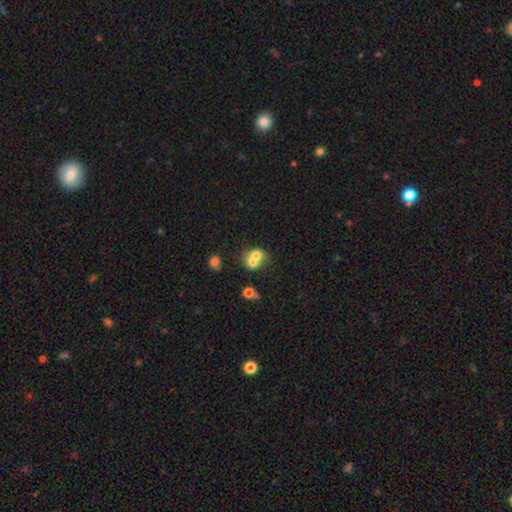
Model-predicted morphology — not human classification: Smooth or featured? Predicted: smooth (p=0.66). How rounded? Predicted: round (p=0.66). Merging? Predicted: merger (p=0.68).